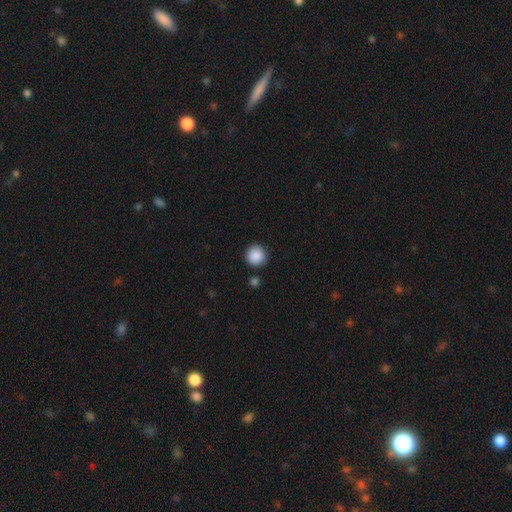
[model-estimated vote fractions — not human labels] A smooth galaxy with no disk features (89%) that is round (95%).

Vote fractions:
- Smooth or featured? smooth: 89% / star or artifact: 8% / featured or disk: 3%
- How rounded? round: 95% / in between: 4% / cigar-shaped: 1%
- Merging? none: 90% / minor disturbance: 6% / merger: 2% / major disturbance: 2%